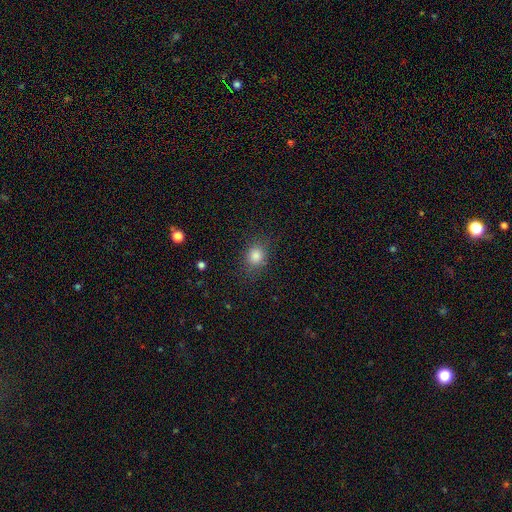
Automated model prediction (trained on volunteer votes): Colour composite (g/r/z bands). It shows a smooth galaxy with no disk features (83%) that is round (60%). Merging: none (82%).